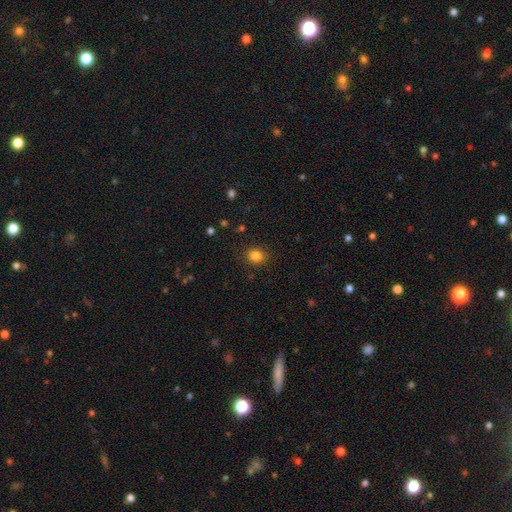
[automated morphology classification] A smooth galaxy with no disk features (84%) that is round (74%). Merging: none (87%).